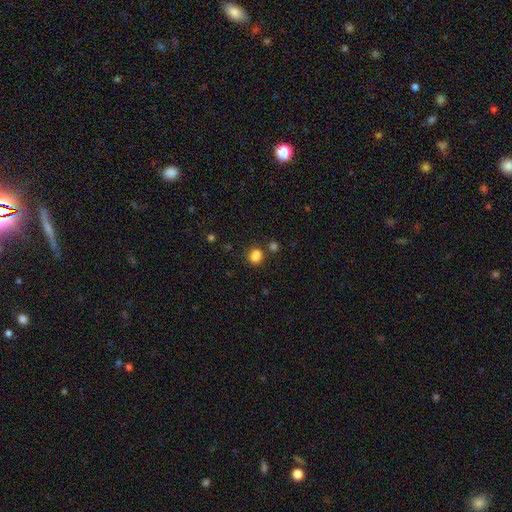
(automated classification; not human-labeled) A smooth galaxy with no disk features (83%) that is round (56%). Merging: none (68%).